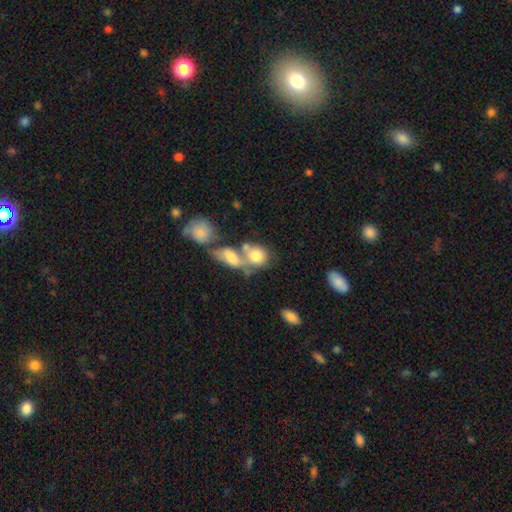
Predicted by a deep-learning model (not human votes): Q: Smooth or featured?
A: smooth (74%); runner-up: featured or disk (18%)
Q: How rounded?
A: round (55%); runner-up: in between (43%)
Q: Merging?
A: merger (58%); runner-up: none (26%)